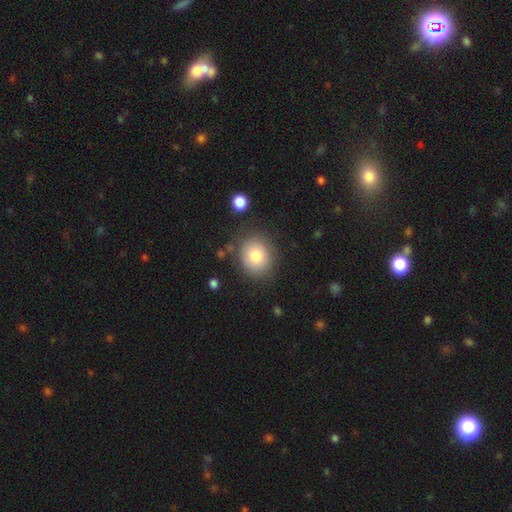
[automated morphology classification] Q: Smooth or featured?
A: smooth (77%); runner-up: featured or disk (13%)
Q: How rounded?
A: round (76%); runner-up: in between (24%)
Q: Merging?
A: none (80%); runner-up: minor disturbance (12%)